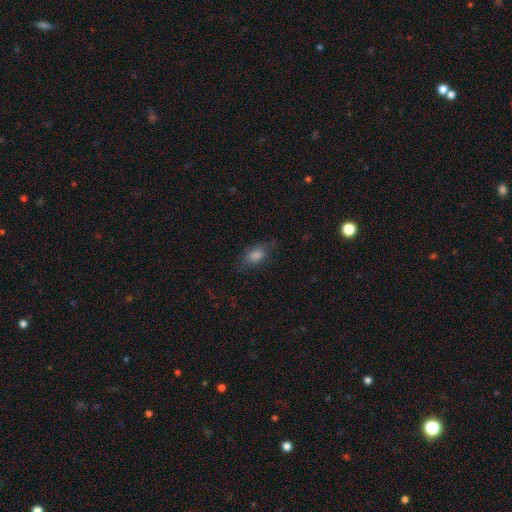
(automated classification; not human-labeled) Q: Smooth or featured?
A: smooth (75%); runner-up: featured or disk (13%)
Q: How rounded?
A: in between (82%); runner-up: round (10%)
Q: Merging?
A: none (74%); runner-up: minor disturbance (19%)